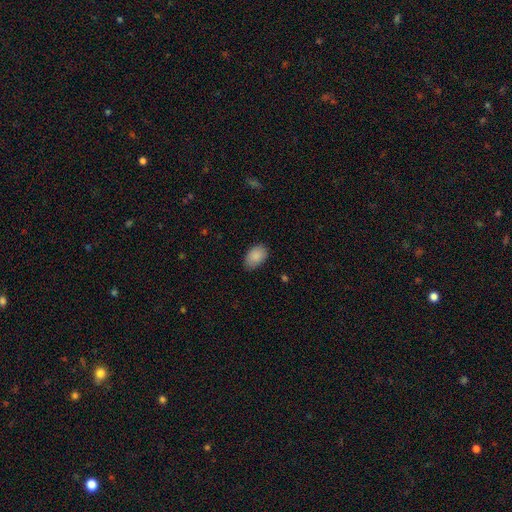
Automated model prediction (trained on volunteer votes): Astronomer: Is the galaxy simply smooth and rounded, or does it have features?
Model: smooth — 88%.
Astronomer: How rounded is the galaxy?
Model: in between — 90%.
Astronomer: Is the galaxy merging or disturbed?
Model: none — 78%.